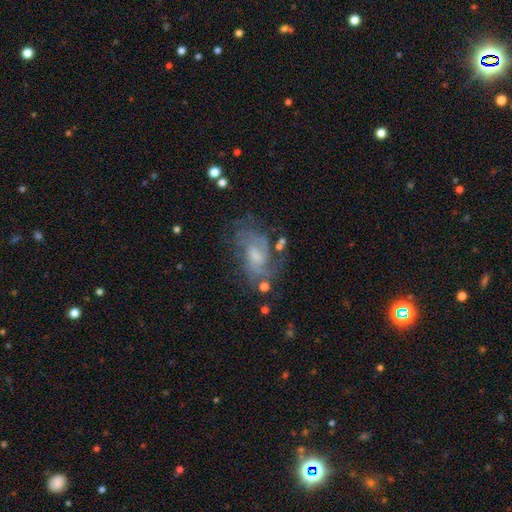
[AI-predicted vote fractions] smooth_or_featured: featured or disk (p=0.76) [alt: smooth p=0.14]
disk_edge_on: no (p=0.97) [alt: yes p=0.03]
bar: no (p=0.48) [alt: weak p=0.44]
has_spiral_arms: yes (p=0.88) [alt: no p=0.12]
spiral_winding: medium (p=0.43) [alt: tight p=0.41]
spiral_arm_count: 2 (p=0.38) [alt: can't tell p=0.34]
bulge_size: small (p=0.45) [alt: moderate p=0.35]
merging: none (p=0.60) [alt: minor disturbance p=0.20]